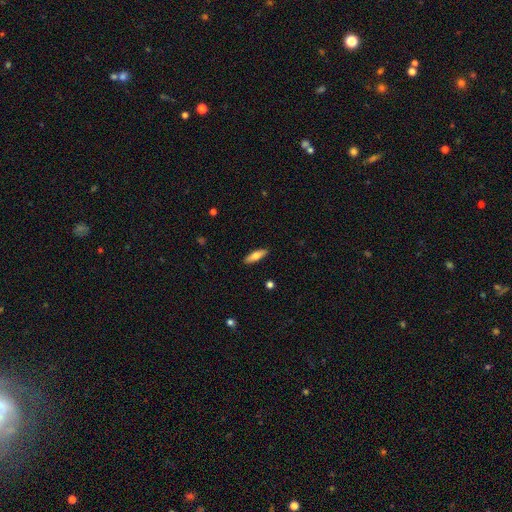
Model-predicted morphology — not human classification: Overall: smooth (72%). How rounded: cigar-shaped (52%; in between 46%). Merging: none (90%).